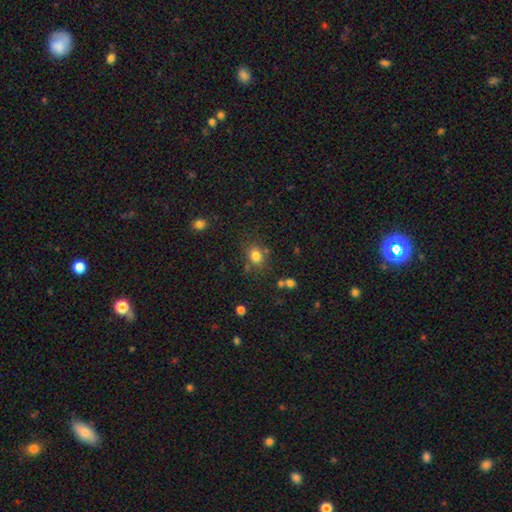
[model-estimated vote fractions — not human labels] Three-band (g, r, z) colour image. It shows a smooth galaxy with no disk features (80%) that is round (56%). Merging: none (74%).